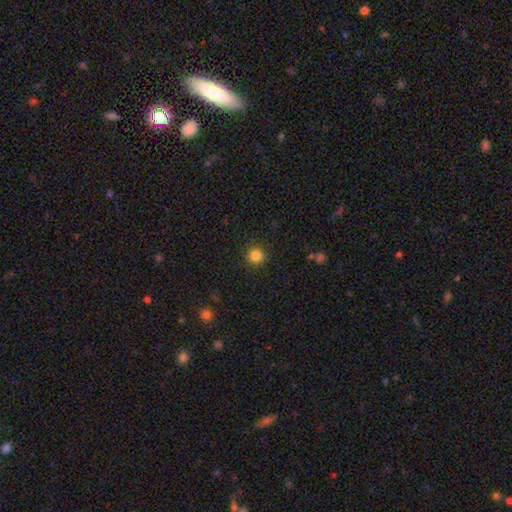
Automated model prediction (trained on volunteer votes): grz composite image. It shows a smooth galaxy with no disk features (84%) that is round (94%). Merging: none (91%).